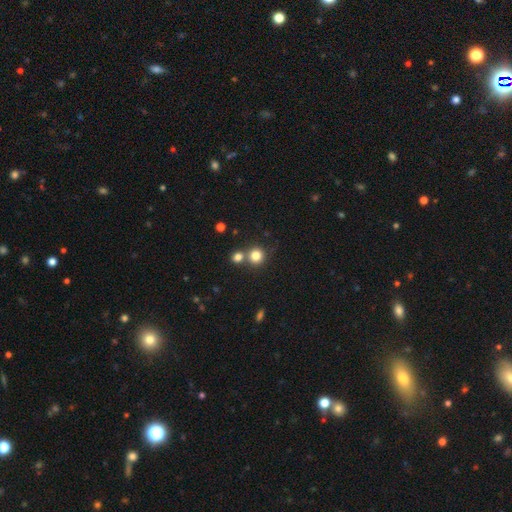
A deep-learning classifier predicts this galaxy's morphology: type=smooth (81%); roundness=round (91%); merging=none (61%).